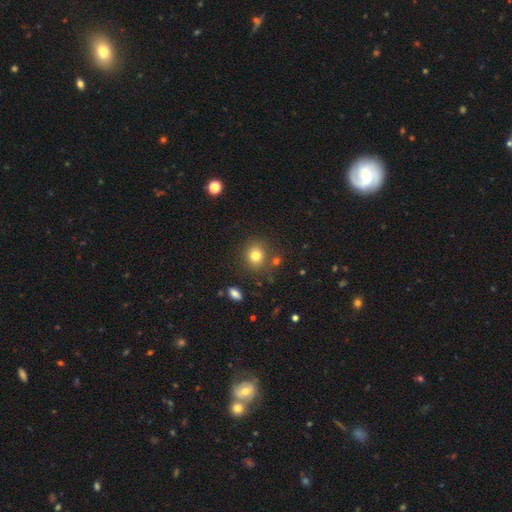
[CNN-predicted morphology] This is likely a smooth galaxy (78%). How rounded: clearly round (84%). Merging: clearly none (82%).